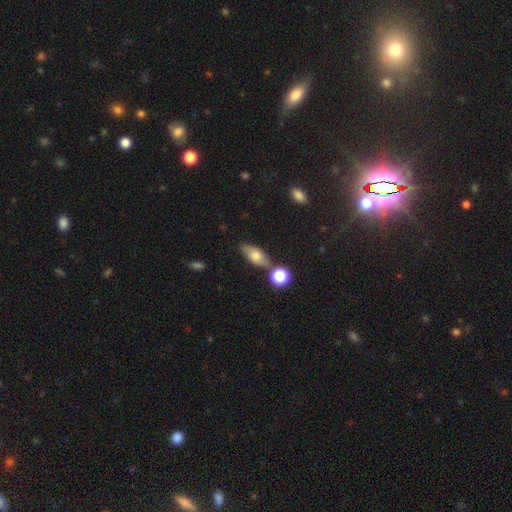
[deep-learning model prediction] smooth-or-featured: smooth: 68% | featured or disk: 22% | star or artifact: 10%
  how-rounded: in between: 78% | cigar-shaped: 15% | round: 7%
  merging: none: 70% | minor disturbance: 15% | merger: 11% | major disturbance: 4%